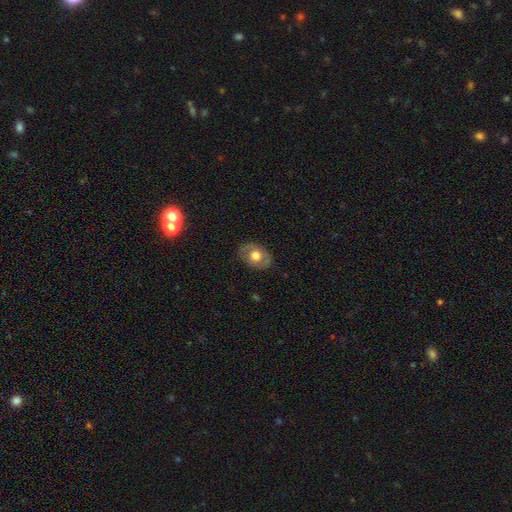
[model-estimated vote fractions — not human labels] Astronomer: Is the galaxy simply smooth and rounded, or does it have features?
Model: smooth — 53% (runner-up: featured or disk, 40%).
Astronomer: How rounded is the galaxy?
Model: in between — 70%.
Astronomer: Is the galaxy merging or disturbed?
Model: none — 79%.